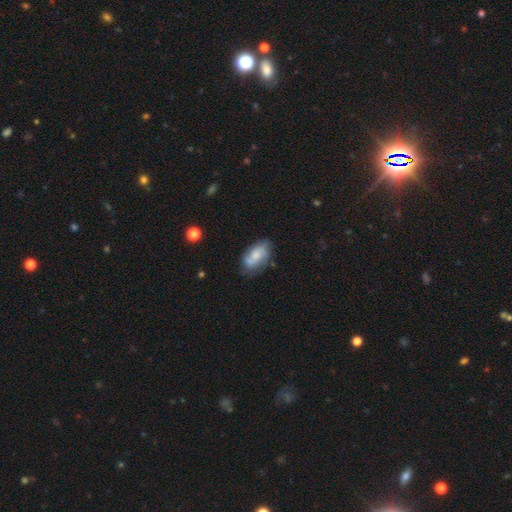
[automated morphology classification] The model was most divided on "smooth or featured": smooth: 56%, featured or disk: 37%, star or artifact: 7%. More confident: how rounded — in between (91%); merging — none (62%).